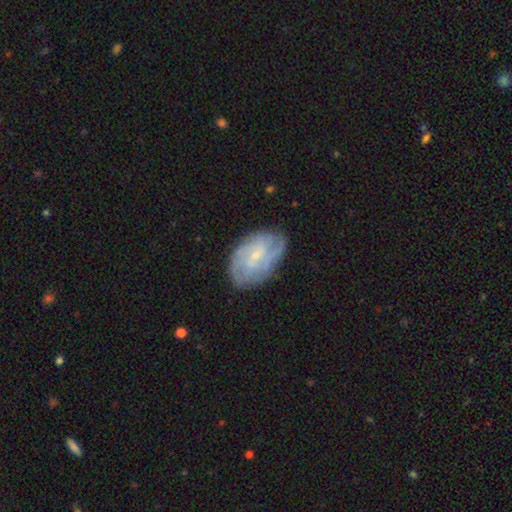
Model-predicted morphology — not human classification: Overall: featured or disk (70%). Edge-on disk: no (96%). Bar: weak (47%; no 44%). Spiral arms: yes (86%). Spiral arm count: can't tell (41%; 2 24%). Spiral winding: tight (46%; medium 38%). Bulge size: small (74%). Merging: none (72%).